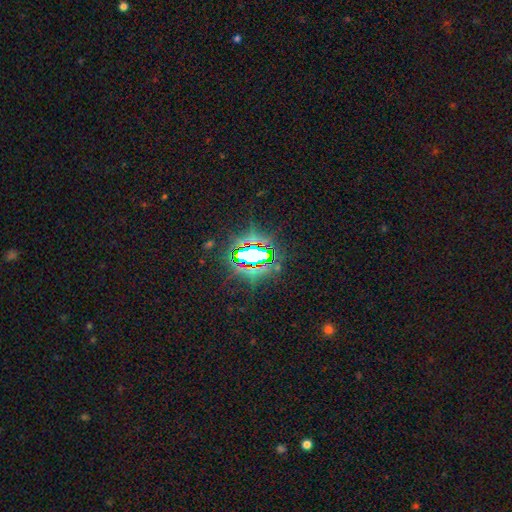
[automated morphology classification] Q: Smooth or featured?
A: star or artifact (73%); runner-up: smooth (16%)